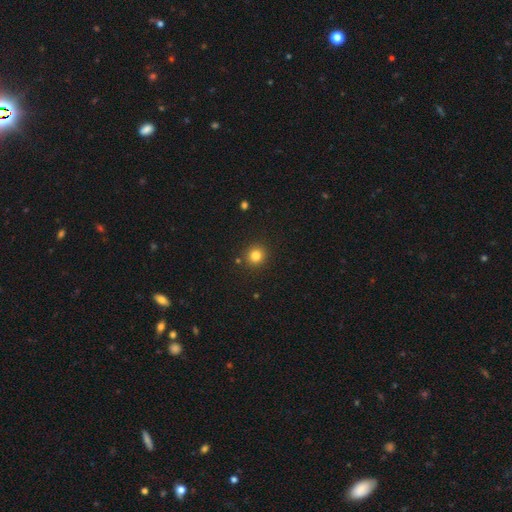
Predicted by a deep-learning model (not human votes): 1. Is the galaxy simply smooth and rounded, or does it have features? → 82% smooth, 13% star or artifact, 5% featured or disk.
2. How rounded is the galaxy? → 92% round, 7% in between, 1% cigar-shaped.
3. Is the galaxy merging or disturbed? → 89% none, 6% minor disturbance, 3% merger, 2% major disturbance.